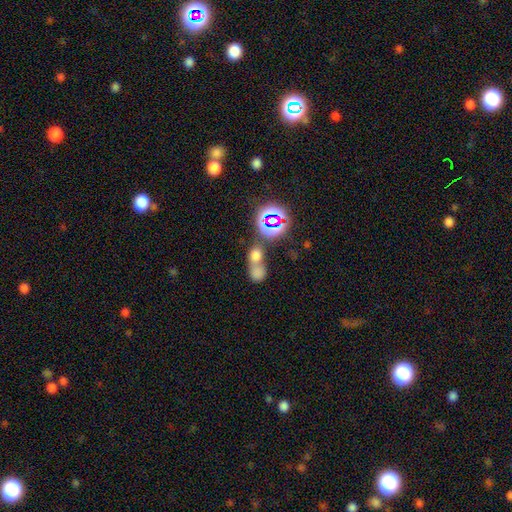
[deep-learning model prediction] Smooth or featured: smooth — 61% (star or artifact — 26%)
How rounded: in between — 49% (round — 47%)
Merging: merger — 65% (none — 24%)